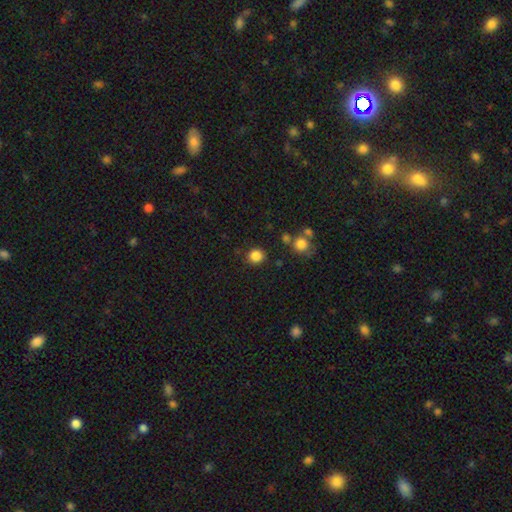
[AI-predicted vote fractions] Overall: smooth (85%). How rounded: round (88%). Merging: none (85%).